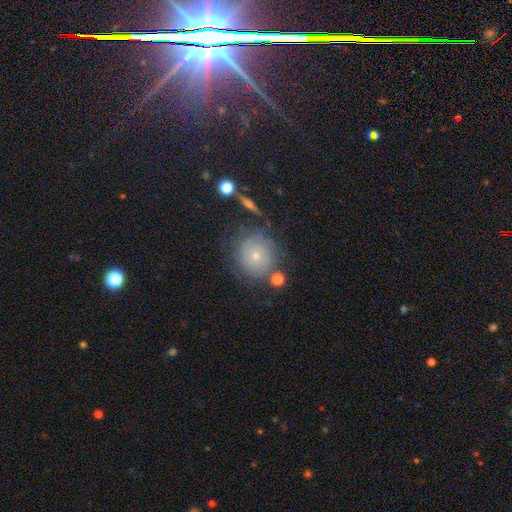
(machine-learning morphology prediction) Smooth or featured? Predicted: featured or disk (p=0.44). Merging? Predicted: none (p=0.74).